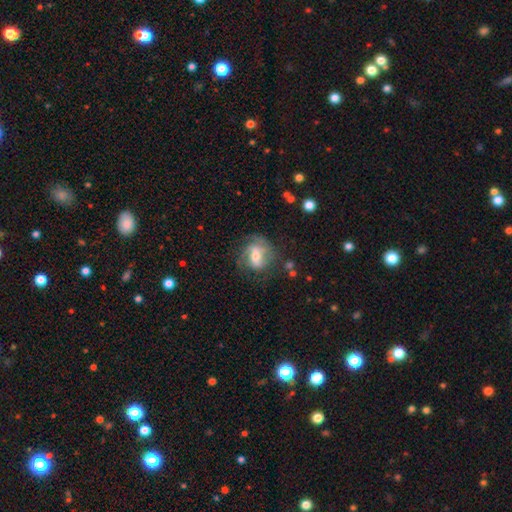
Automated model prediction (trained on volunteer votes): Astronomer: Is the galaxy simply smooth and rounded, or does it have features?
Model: featured or disk — 61%.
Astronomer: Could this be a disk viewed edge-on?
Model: no — 95%.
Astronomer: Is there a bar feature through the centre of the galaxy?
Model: weak — 43% (runner-up: strong, 32%).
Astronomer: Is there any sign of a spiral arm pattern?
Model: yes — 76%.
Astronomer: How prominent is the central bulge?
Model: moderate — 54% (runner-up: small, 36%).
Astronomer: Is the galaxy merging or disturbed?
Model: none — 58%.